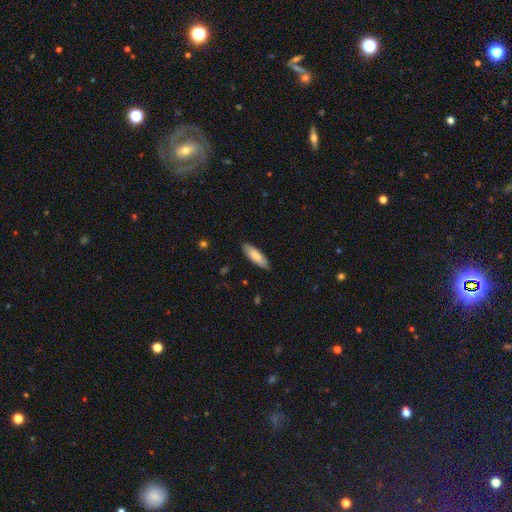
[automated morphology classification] Q: Smooth or featured?
A: smooth (81%); runner-up: featured or disk (13%)
Q: How rounded?
A: in between (52%); runner-up: cigar-shaped (47%)
Q: Merging?
A: none (86%); runner-up: minor disturbance (11%)